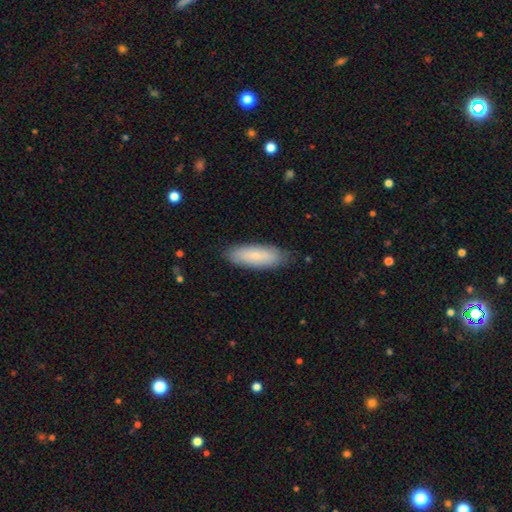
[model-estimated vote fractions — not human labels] Morphology: type=smooth (76%); roundness=in between (57%); merging=none (84%).